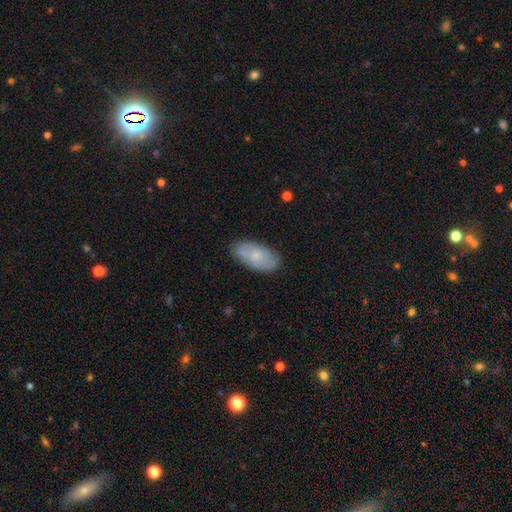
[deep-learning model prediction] Q: Smooth or featured?
A: smooth (65%); runner-up: featured or disk (28%)
Q: How rounded?
A: in between (92%); runner-up: cigar-shaped (5%)
Q: Merging?
A: none (77%); runner-up: minor disturbance (17%)